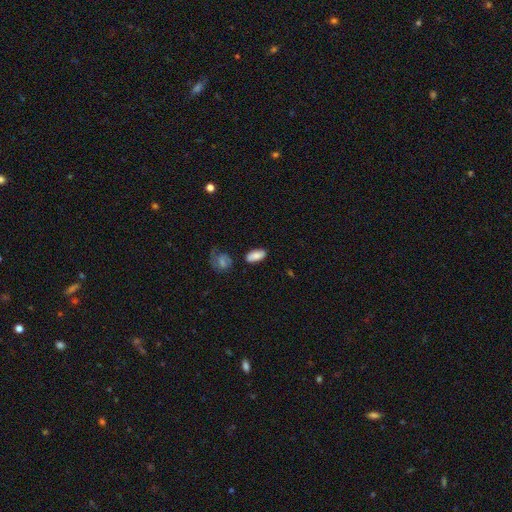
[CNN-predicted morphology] type=smooth (80%); roundness=in between (90%); merging=none (76%).